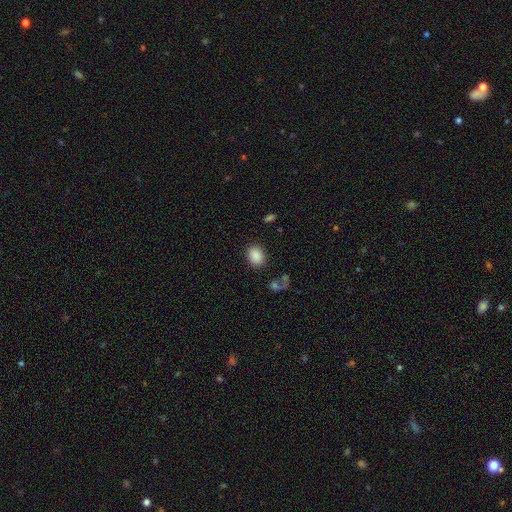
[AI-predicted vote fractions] Smooth or featured? smooth (87%)
How rounded? in between (63%)
Merging? none (83%)